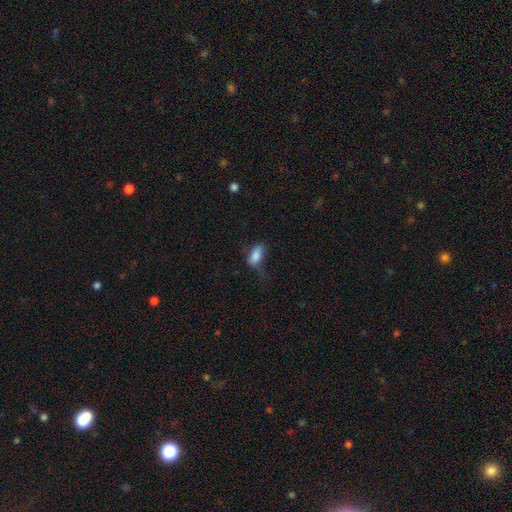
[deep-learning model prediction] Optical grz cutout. It shows a smooth galaxy with no disk features (83%) that is in between round and cigar-shaped (88%). Merging: none (43%).